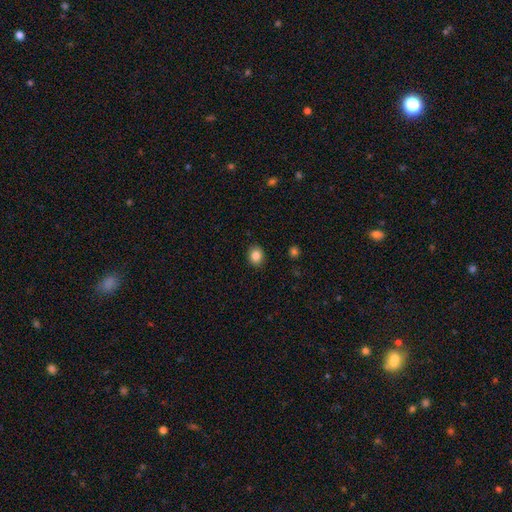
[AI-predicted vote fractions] This appears to be a smooth galaxy with no disk features (85%) that is round (60%). Merging: none (90%).